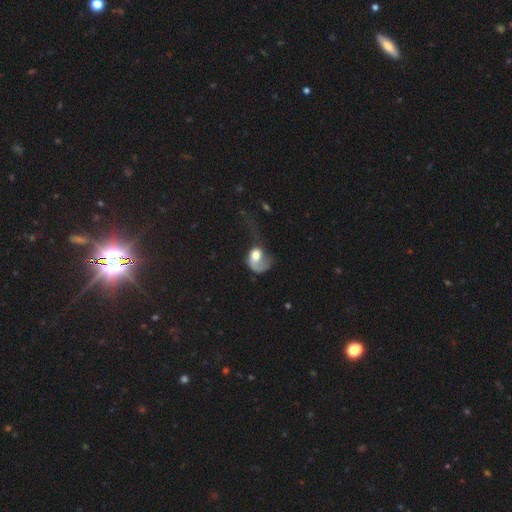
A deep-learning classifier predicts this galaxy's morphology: smooth 46%, featured or disk 45%, star or artifact 8%. Down the decision tree: merging — major disturbance (65%).